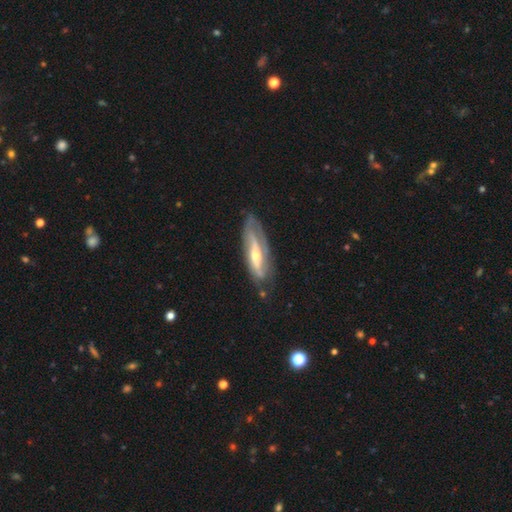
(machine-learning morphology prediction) Smooth or featured: featured or disk — 77% (smooth — 17%)
Edge-on disk: no — 73% (yes — 27%)
Bar: no — 36% (weak — 33%)
Spiral arms: yes — 82% (no — 18%)
Bulge size: moderate — 49% (small — 46%)
Merging: none — 72% (minor disturbance — 20%)